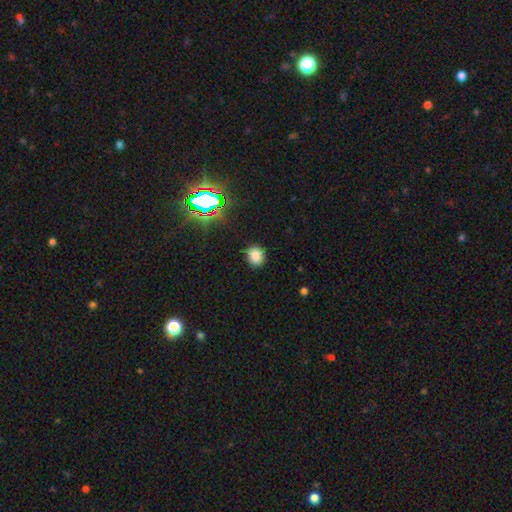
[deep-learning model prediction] Morphology: type=smooth (79%); roundness=round (71%); merging=none (87%).